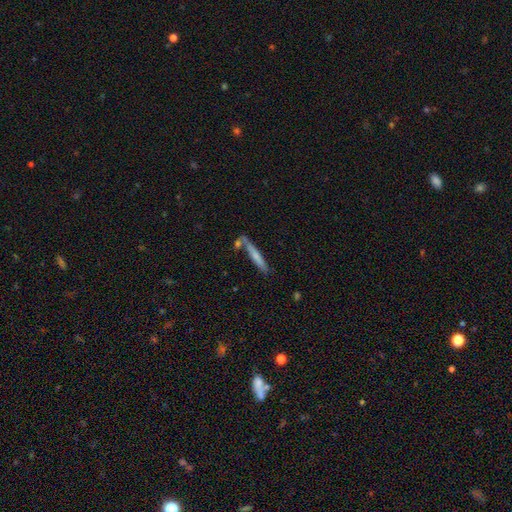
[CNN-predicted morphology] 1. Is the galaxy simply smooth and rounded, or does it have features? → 60% smooth, 33% featured or disk, 7% star or artifact.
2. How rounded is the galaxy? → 93% cigar-shaped, 6% in between, 1% round.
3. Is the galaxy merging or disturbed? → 68% none, 15% merger, 14% minor disturbance, 4% major disturbance.